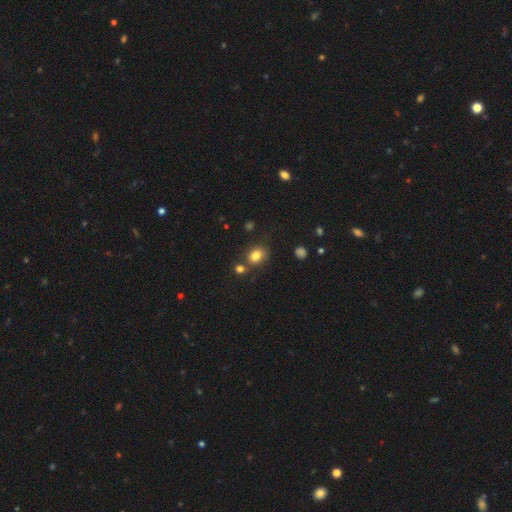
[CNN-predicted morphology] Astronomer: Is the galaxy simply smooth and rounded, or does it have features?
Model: smooth — 81%.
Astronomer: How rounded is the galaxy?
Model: in between — 52% (runner-up: round, 47%).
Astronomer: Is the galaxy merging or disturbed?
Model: none — 68%.